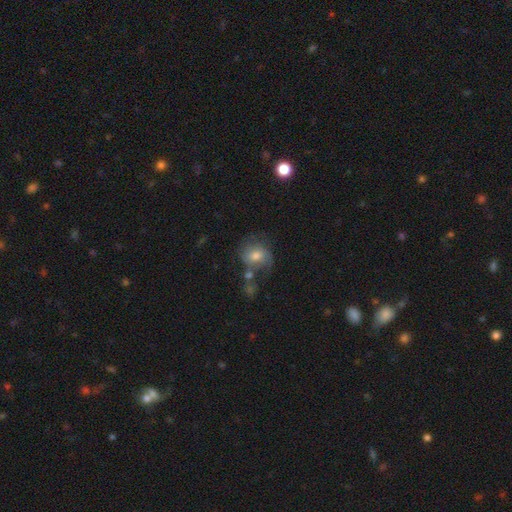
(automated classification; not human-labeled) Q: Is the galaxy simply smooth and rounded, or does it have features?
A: smooth — 54%.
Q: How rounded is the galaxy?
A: round — 63%.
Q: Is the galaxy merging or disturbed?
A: none — 43%.